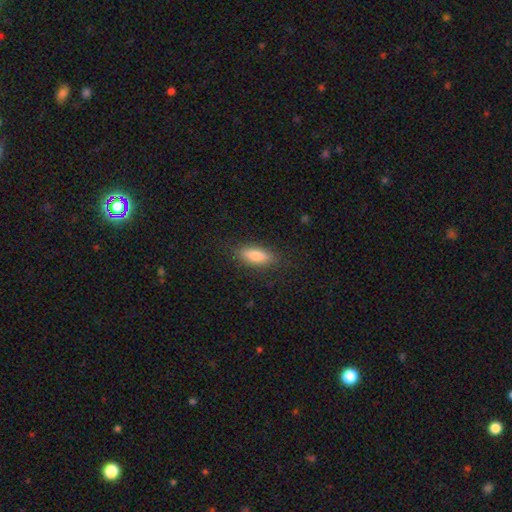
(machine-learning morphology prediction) Smooth or featured? Predicted: smooth (p=0.78). How rounded? Predicted: in between (p=0.65). Merging? Predicted: none (p=0.86).